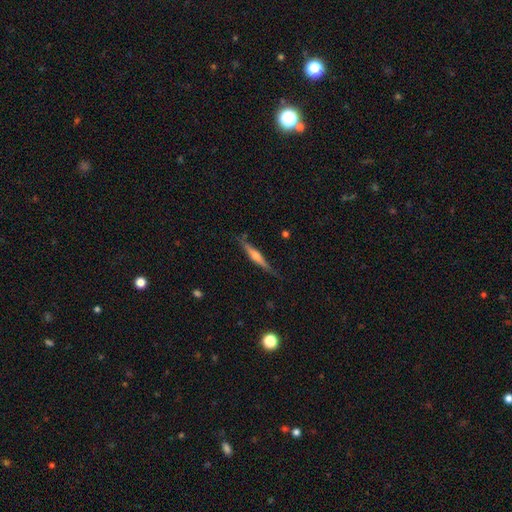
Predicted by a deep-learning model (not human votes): Smooth or featured: featured or disk — 68% (smooth — 26%)
Edge-on disk: yes — 97% (no — 3%)
Edge-on bulge: rounded — 84% (none — 9%)
Merging: none — 80% (minor disturbance — 15%)